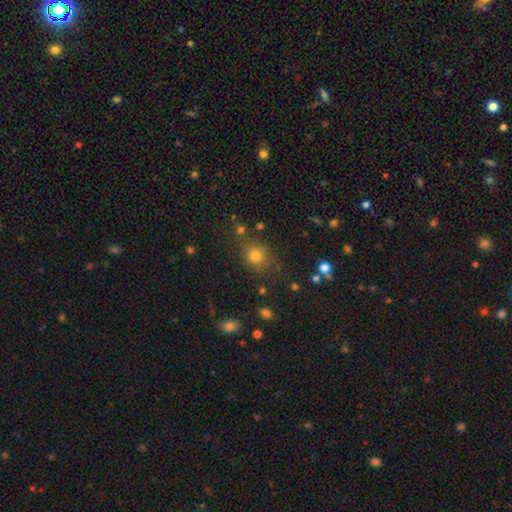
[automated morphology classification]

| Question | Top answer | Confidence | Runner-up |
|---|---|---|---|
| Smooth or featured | smooth | 76% | star or artifact (17%) |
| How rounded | round | 81% | in between (18%) |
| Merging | none | 77% | minor disturbance (12%) |